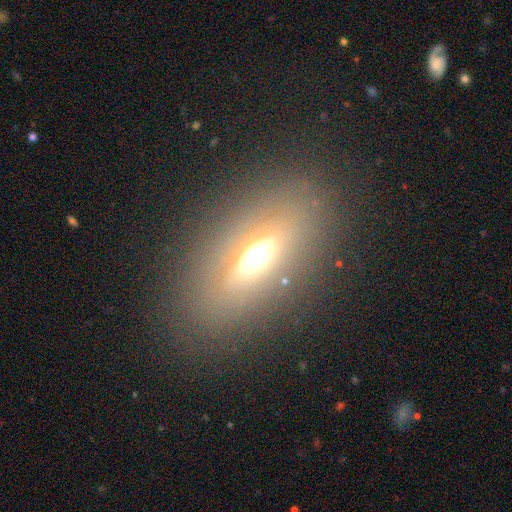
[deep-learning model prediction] smooth-or-featured: smooth: 48% | featured or disk: 38% | star or artifact: 14%
  merging: none: 81% | minor disturbance: 10% | major disturbance: 7% | merger: 2%